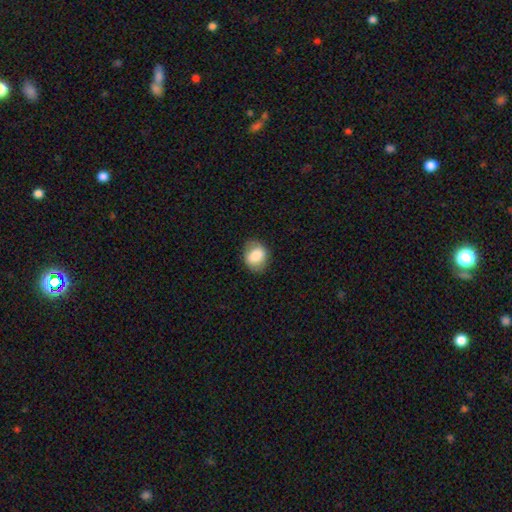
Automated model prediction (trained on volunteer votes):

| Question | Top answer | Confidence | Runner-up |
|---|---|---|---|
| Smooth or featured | smooth | 79% | featured or disk (14%) |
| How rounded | in between | 50% | round (49%) |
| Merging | none | 82% | minor disturbance (13%) |